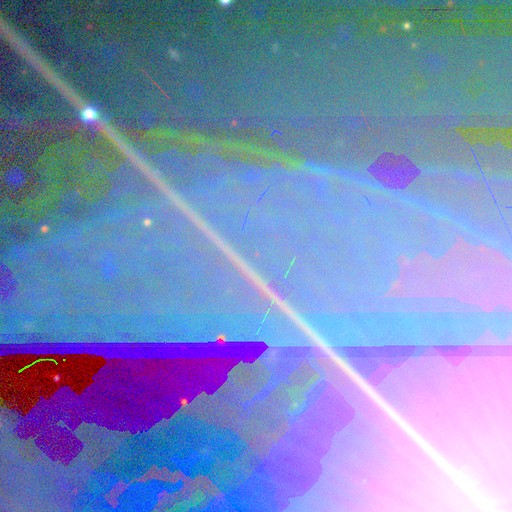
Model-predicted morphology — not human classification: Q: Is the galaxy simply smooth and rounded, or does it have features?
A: star or artifact — 89%.